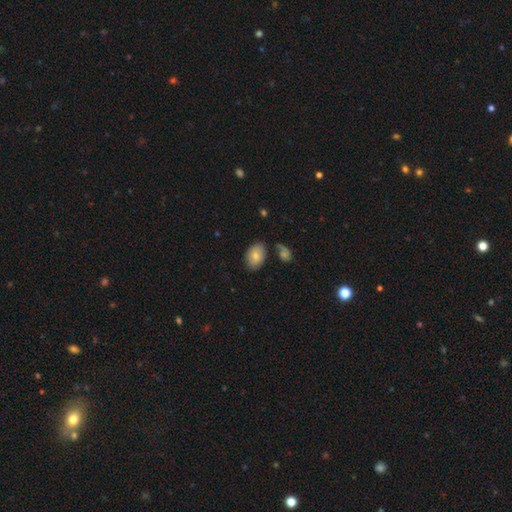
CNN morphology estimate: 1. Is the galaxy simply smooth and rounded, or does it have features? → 76% smooth, 17% featured or disk, 8% star or artifact.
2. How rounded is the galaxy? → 86% in between, 13% round, 1% cigar-shaped.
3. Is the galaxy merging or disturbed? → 64% none, 19% minor disturbance, 11% merger, 6% major disturbance.